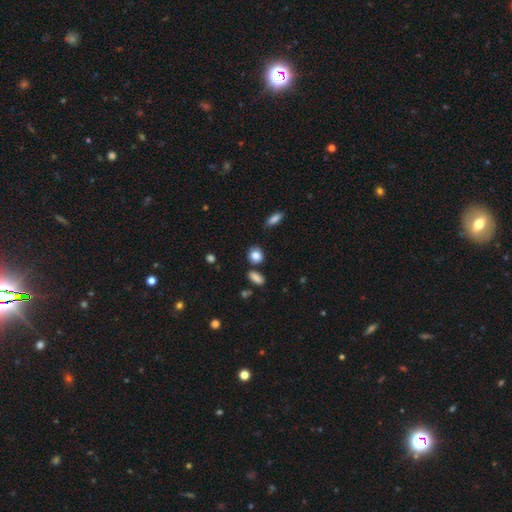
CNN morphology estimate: smooth 85%, star or artifact 9%, featured or disk 5%. Down the decision tree: how rounded — round (59%); merging — none (73%).